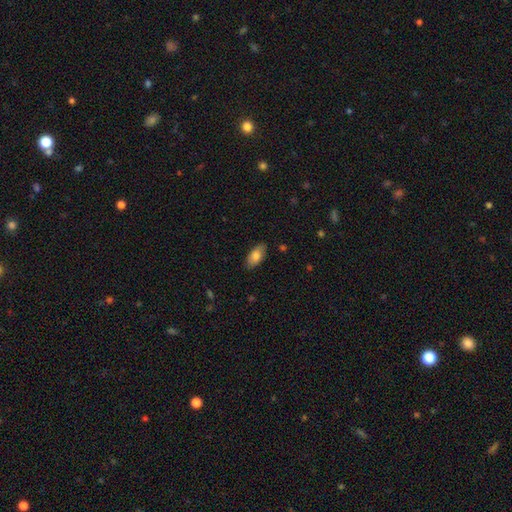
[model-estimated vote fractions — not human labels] Smooth or featured: smooth — 80% (featured or disk — 13%)
How rounded: in between — 91% (cigar-shaped — 6%)
Merging: none — 85% (minor disturbance — 12%)